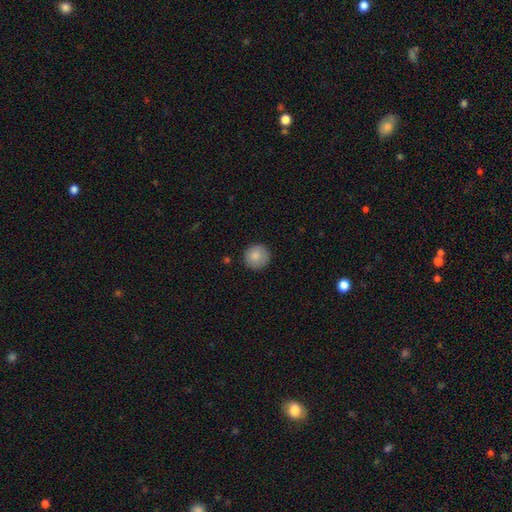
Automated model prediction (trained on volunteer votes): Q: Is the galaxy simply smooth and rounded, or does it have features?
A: smooth — 85%.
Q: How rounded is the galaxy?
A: round — 94%.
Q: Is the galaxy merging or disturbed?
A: none — 89%.